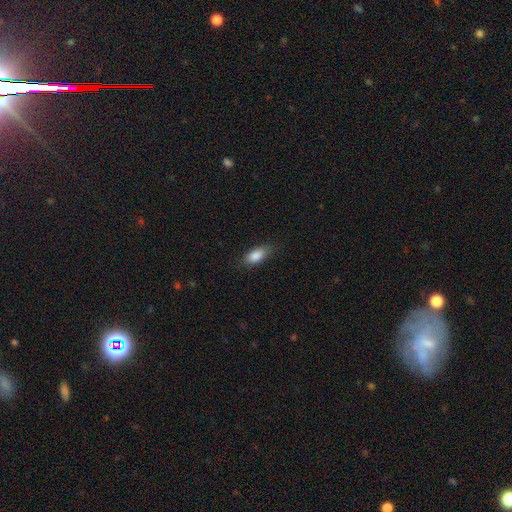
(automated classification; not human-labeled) Smooth or featured? Predicted: smooth (p=0.85). How rounded? Predicted: in between (p=0.85). Merging? Predicted: none (p=0.77).